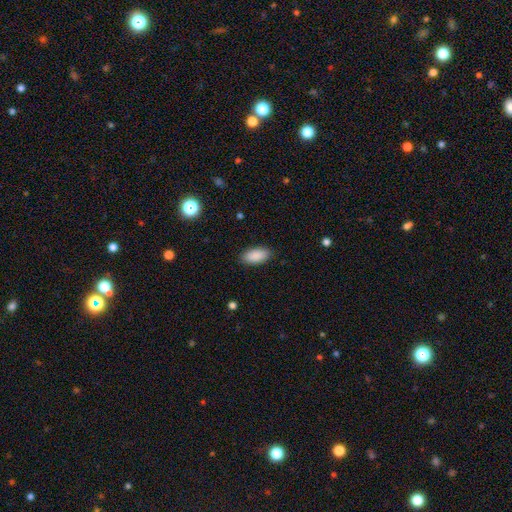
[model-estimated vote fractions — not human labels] Smooth or featured? Predicted: smooth (p=0.90). How rounded? Predicted: in between (p=0.92). Merging? Predicted: none (p=0.88).